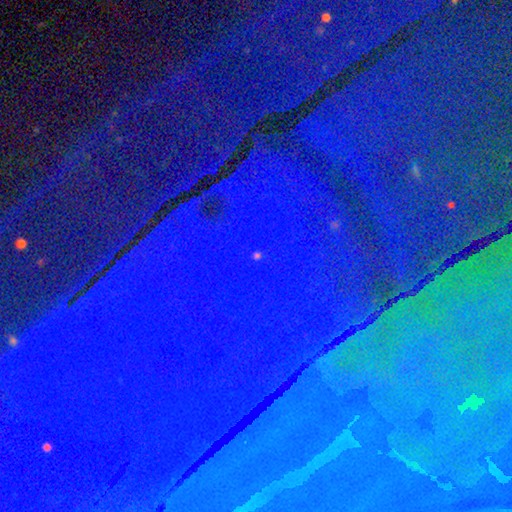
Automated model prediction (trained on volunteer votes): A star or artifact, not a galaxy (88%).